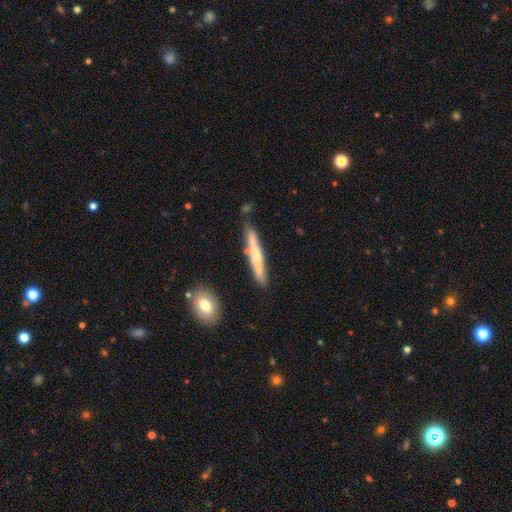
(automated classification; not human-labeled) featured or disk 55%, smooth 39%, star or artifact 6%. Down the decision tree: edge-on disk — yes (92%); edge-on bulge — rounded (70%); merging — none (78%).